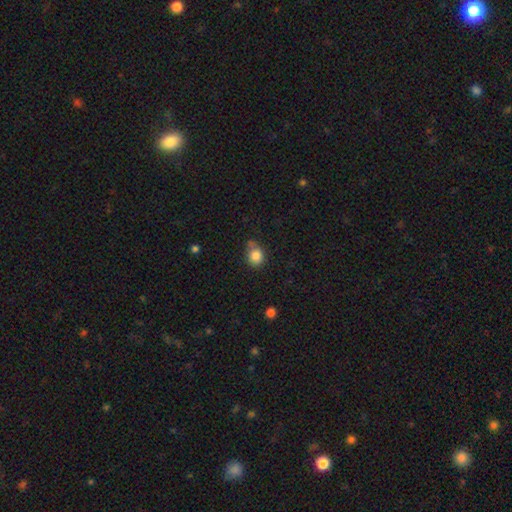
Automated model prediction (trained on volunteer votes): A smooth galaxy with no disk features (83%) that is round (68%).

Vote fractions:
- Smooth or featured? smooth: 83% / star or artifact: 10% / featured or disk: 7%
- How rounded? round: 68% / in between: 31% / cigar-shaped: 1%
- Merging? none: 58% / minor disturbance: 25% / merger: 12% / major disturbance: 6%